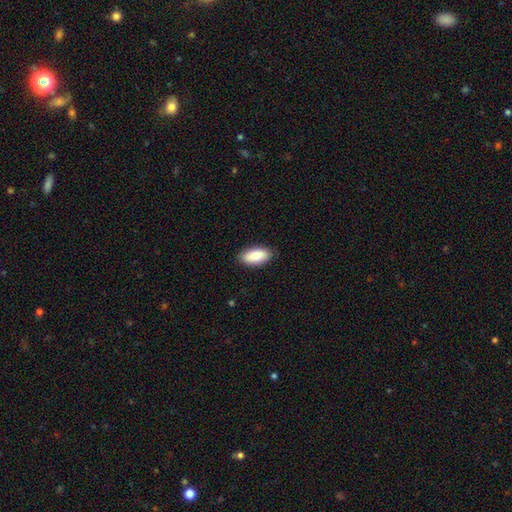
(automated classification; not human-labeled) Smooth or featured?
  - smooth: 85% *
  - featured or disk: 9%
  - star or artifact: 6%
How rounded?
  - in between: 92% *
  - cigar-shaped: 5%
  - round: 2%
Merging?
  - none: 87% *
  - minor disturbance: 10%
  - major disturbance: 2%
  - merger: 1%